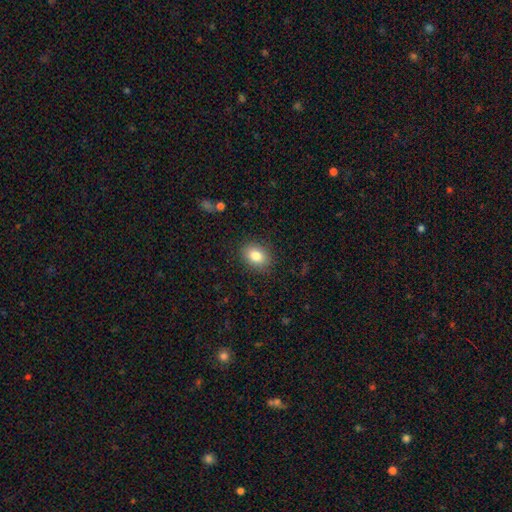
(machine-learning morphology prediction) The model was most divided on "how rounded": in between: 61%, round: 38%, cigar-shaped: 1%. More confident: merging — none (87%); smooth or featured — smooth (83%).